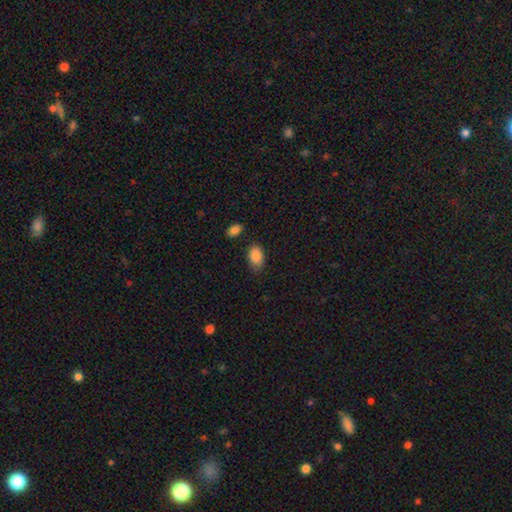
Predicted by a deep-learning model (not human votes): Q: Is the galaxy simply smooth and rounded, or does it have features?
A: smooth — 88%.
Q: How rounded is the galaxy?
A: in between — 92%.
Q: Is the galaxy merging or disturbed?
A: none — 79%.